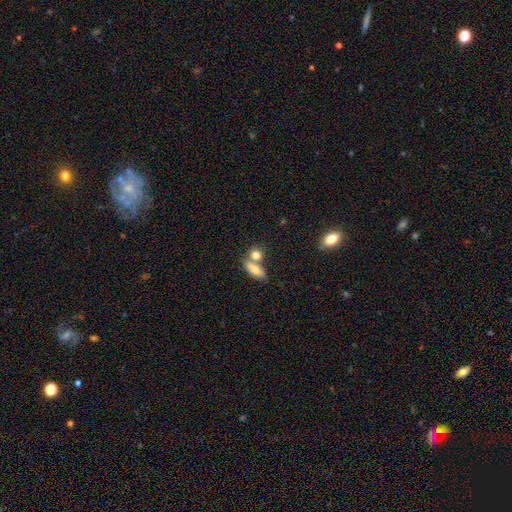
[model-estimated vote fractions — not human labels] Overall: smooth (80%). How rounded: in between (47%; round 41%). Merging: none (48%; merger 39%).